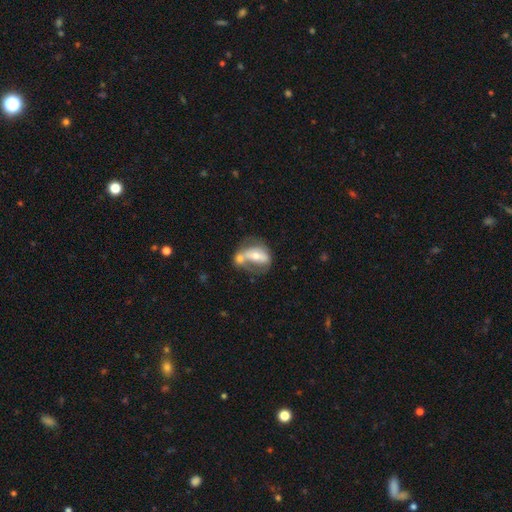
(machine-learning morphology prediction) Smooth or featured: featured or disk — 50% (smooth — 43%)
Merging: merger — 49% (none — 22%)